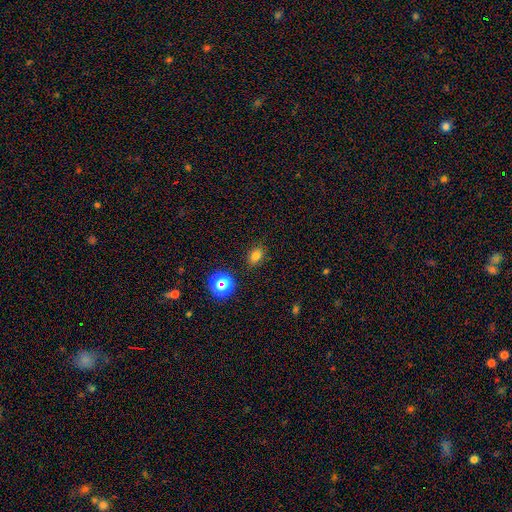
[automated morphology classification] A smooth galaxy with no disk features (75%) that is in between round and cigar-shaped (64%).

Vote fractions:
- Smooth or featured? smooth: 75% / star or artifact: 18% / featured or disk: 7%
- How rounded? in between: 64% / round: 35% / cigar-shaped: 1%
- Merging? none: 84% / minor disturbance: 11% / major disturbance: 3% / merger: 2%